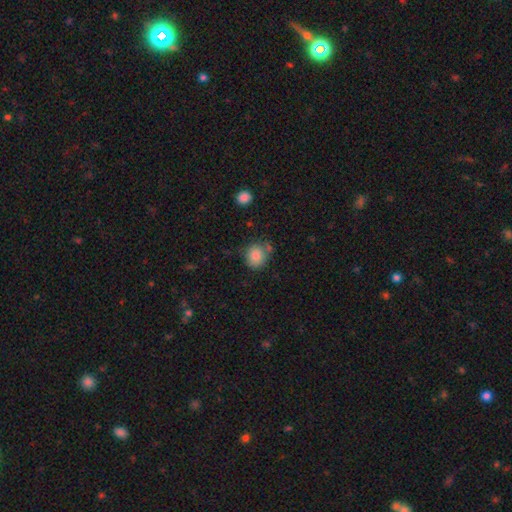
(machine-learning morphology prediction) Q: Smooth or featured?
A: smooth (82%); runner-up: star or artifact (9%)
Q: How rounded?
A: round (82%); runner-up: in between (17%)
Q: Merging?
A: none (67%); runner-up: minor disturbance (18%)